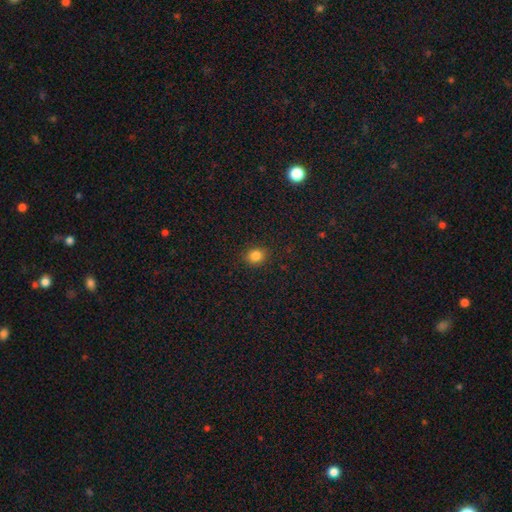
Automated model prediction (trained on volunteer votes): Smooth or featured?
  - smooth: 84% *
  - star or artifact: 12%
  - featured or disk: 4%
How rounded?
  - round: 75% *
  - in between: 24%
  - cigar-shaped: 1%
Merging?
  - none: 89% *
  - minor disturbance: 7%
  - major disturbance: 2%
  - merger: 1%